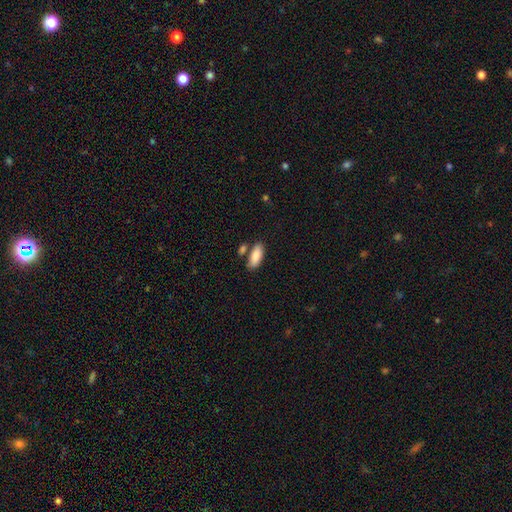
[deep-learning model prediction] smooth-or-featured: smooth: 88% | star or artifact: 6% | featured or disk: 6%
  how-rounded: in between: 84% | cigar-shaped: 14% | round: 2%
  merging: none: 69% | merger: 15% | minor disturbance: 13% | major disturbance: 3%